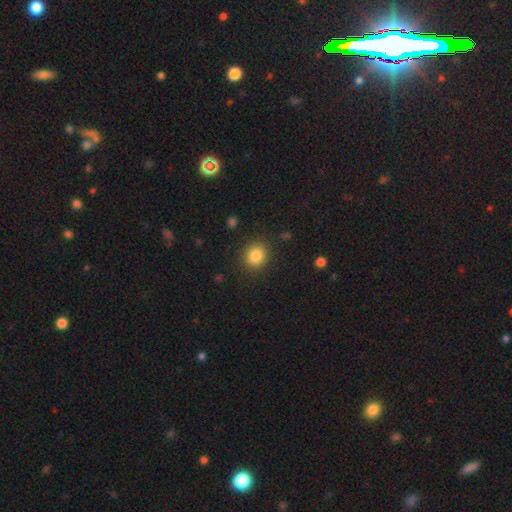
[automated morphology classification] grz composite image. It shows a smooth galaxy with no disk features (84%) that is round (80%). Merging: none (88%).